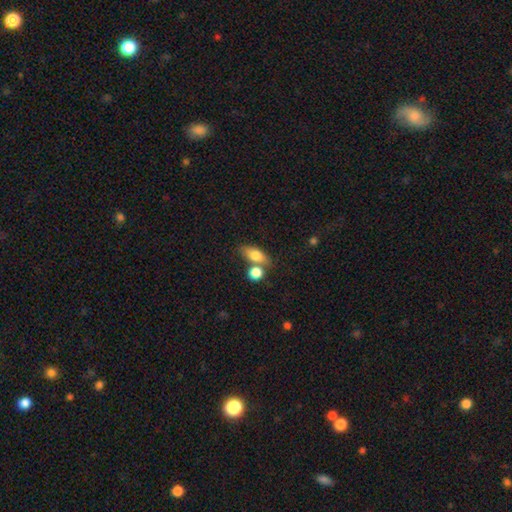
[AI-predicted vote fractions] Smooth or featured? Predicted: smooth (p=0.75). How rounded? Predicted: in between (p=0.73). Merging? Predicted: none (p=0.55).